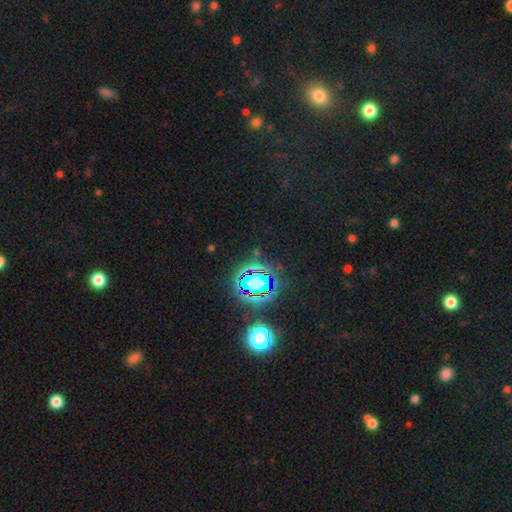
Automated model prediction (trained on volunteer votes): Overall: star or artifact (74%).